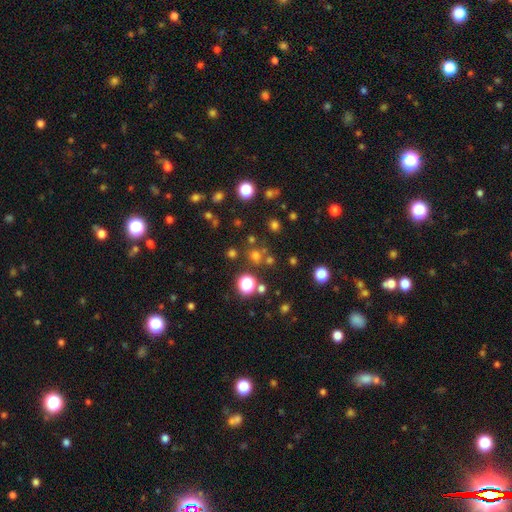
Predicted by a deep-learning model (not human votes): This appears to be a smooth galaxy with no disk features (61%) that is round (90%). Merging: none (74%).